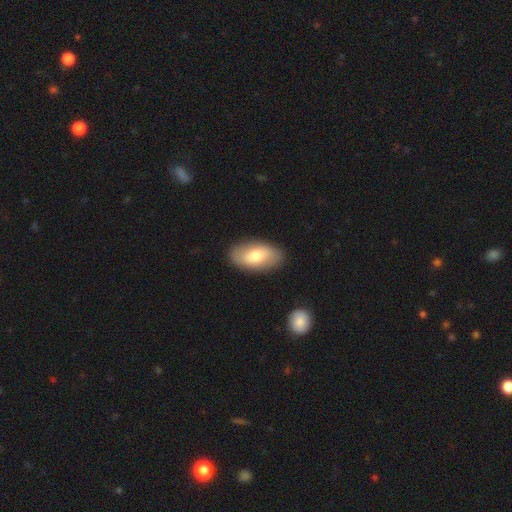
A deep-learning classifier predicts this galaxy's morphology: smooth 71%, featured or disk 23%, star or artifact 6%. Down the decision tree: how rounded — in between (94%); merging — none (86%).